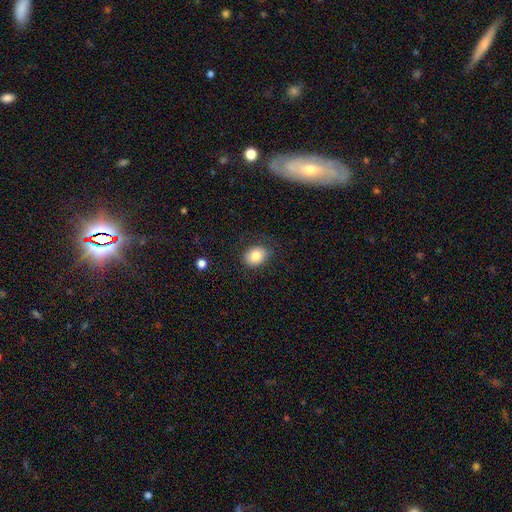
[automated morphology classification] Q: Smooth or featured?
A: smooth (82%); runner-up: featured or disk (9%)
Q: How rounded?
A: in between (57%); runner-up: round (42%)
Q: Merging?
A: none (80%); runner-up: minor disturbance (14%)